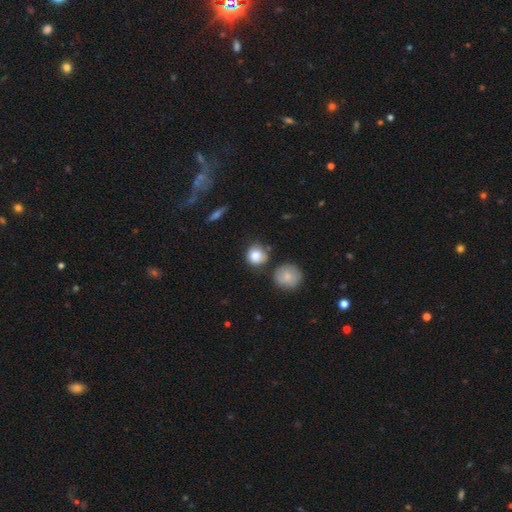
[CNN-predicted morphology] type=smooth (84%); roundness=round (88%); merging=none (70%).